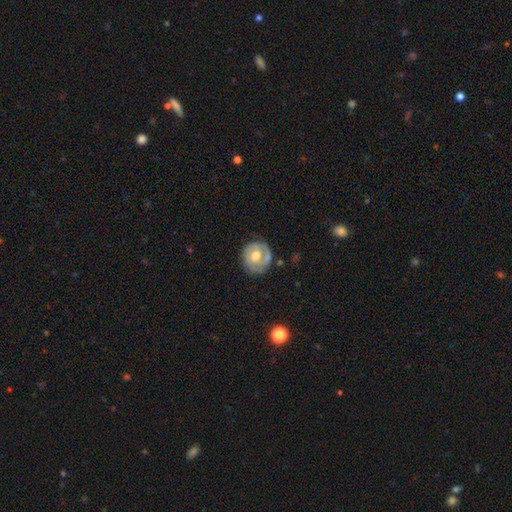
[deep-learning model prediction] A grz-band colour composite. It shows a featured or disk galaxy (57%) with no bar (67%), spiral arms (58%) and a moderate central bulge (67%). Merging: none (68%).